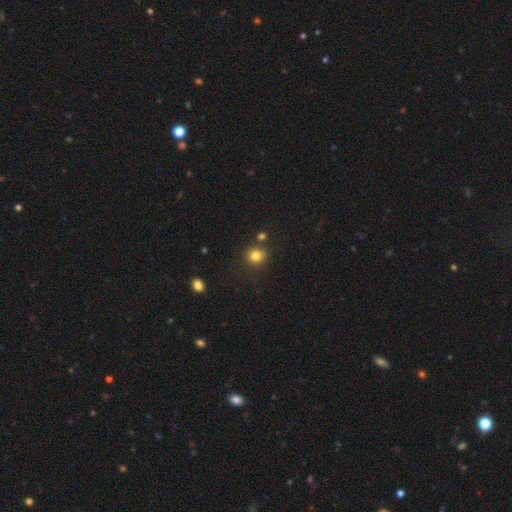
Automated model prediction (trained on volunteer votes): Smooth or featured? smooth (81%)
How rounded? round (90%)
Merging? none (81%)